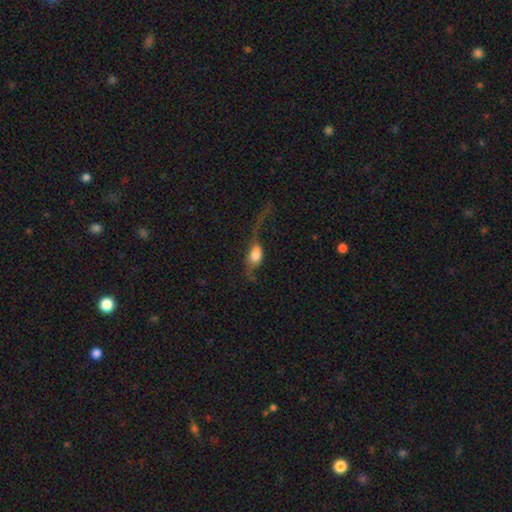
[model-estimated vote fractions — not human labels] Morphology: type=smooth (59%); roundness=in between (80%); merging=major disturbance (56%).